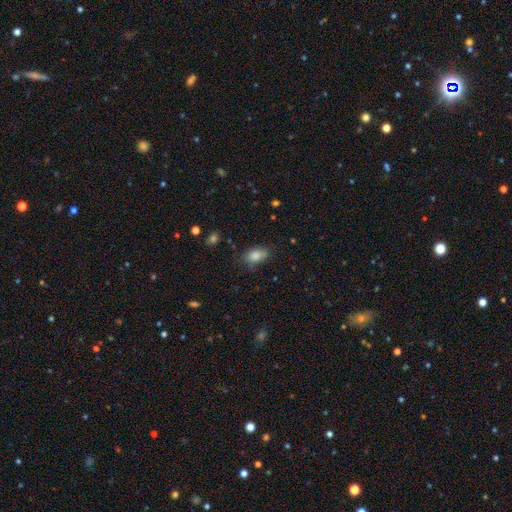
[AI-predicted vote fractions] The model was most divided on "merging": none: 70%, minor disturbance: 21%, major disturbance: 5%, merger: 3%. More confident: how rounded — in between (85%); smooth or featured — smooth (82%).